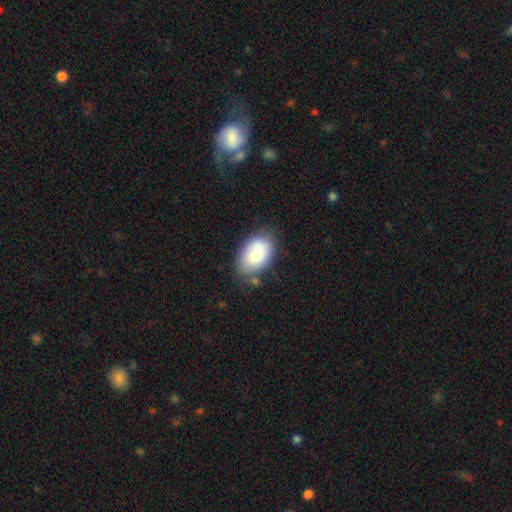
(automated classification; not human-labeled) smooth-or-featured: smooth: 80% | featured or disk: 13% | star or artifact: 7%
  how-rounded: in between: 91% | round: 8% | cigar-shaped: 1%
  merging: none: 68% | minor disturbance: 21% | major disturbance: 6% | merger: 5%